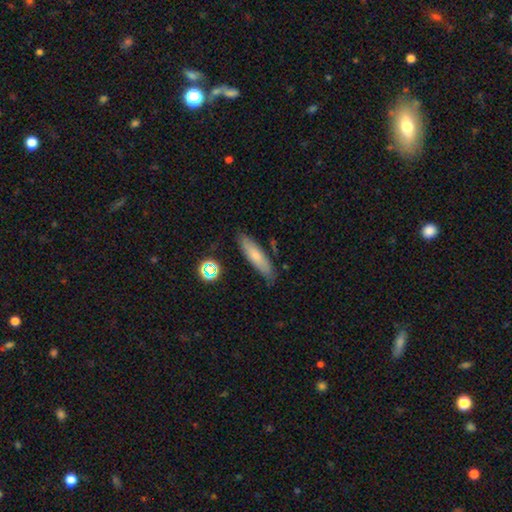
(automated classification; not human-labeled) Morphology: type=smooth (67%); roundness=cigar-shaped (68%); merging=none (79%).